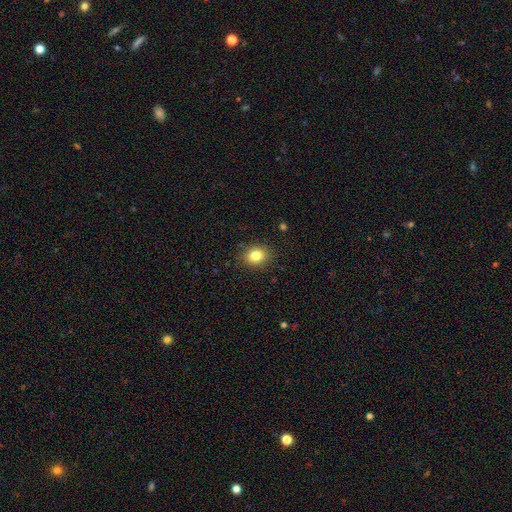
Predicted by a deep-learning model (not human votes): A smooth galaxy with no disk features (82%) that is round (65%).

Vote fractions:
- Smooth or featured? smooth: 82% / star or artifact: 11% / featured or disk: 7%
- How rounded? round: 65% / in between: 34% / cigar-shaped: 1%
- Merging? none: 87% / minor disturbance: 9% / major disturbance: 2% / merger: 1%